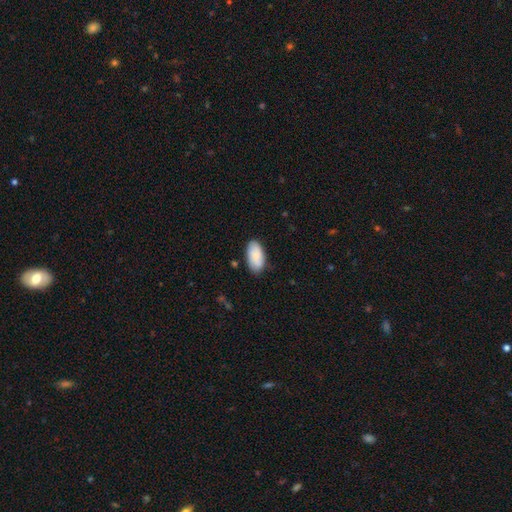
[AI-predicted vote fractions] Overall: smooth (84%). How rounded: in between (94%). Merging: none (81%).